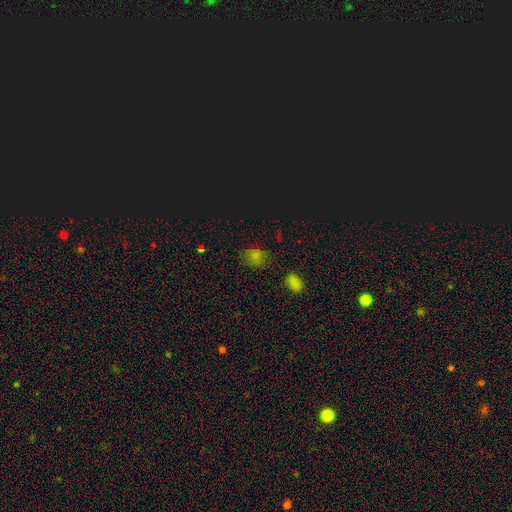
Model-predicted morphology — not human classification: Smooth or featured? smooth (65%)
How rounded? round (54%)
Merging? none (75%)